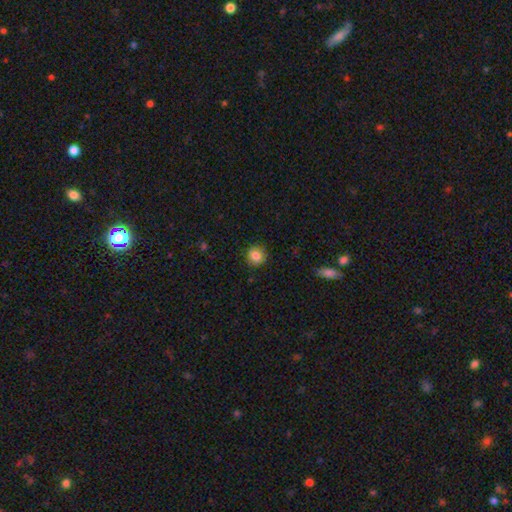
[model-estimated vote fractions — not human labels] smooth-or-featured: smooth: 84% | star or artifact: 10% | featured or disk: 6%
  how-rounded: round: 84% | in between: 15% | cigar-shaped: 1%
  merging: none: 88% | minor disturbance: 8% | major disturbance: 2% | merger: 1%